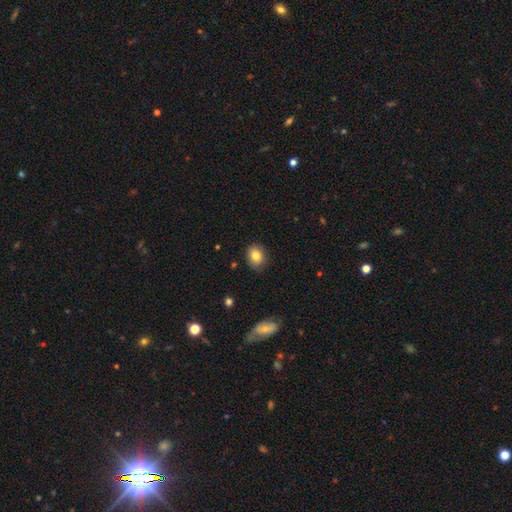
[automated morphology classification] The model was most divided on "how rounded": round: 52%, in between: 47%, cigar-shaped: 1%. More confident: merging — none (84%); smooth or featured — smooth (81%).